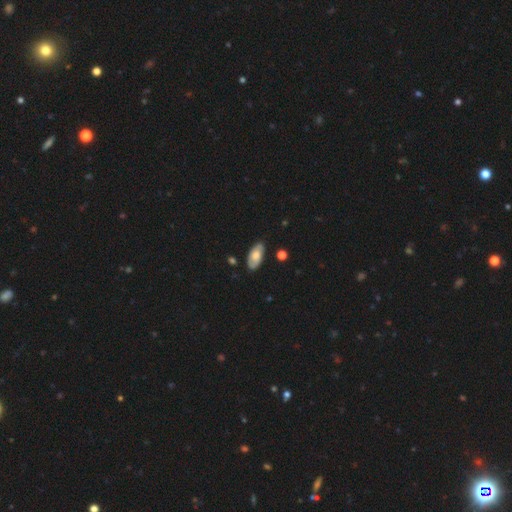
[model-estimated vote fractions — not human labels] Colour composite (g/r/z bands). It shows a smooth galaxy with no disk features (61%) that is in between round and cigar-shaped (92%). Merging: none (80%).